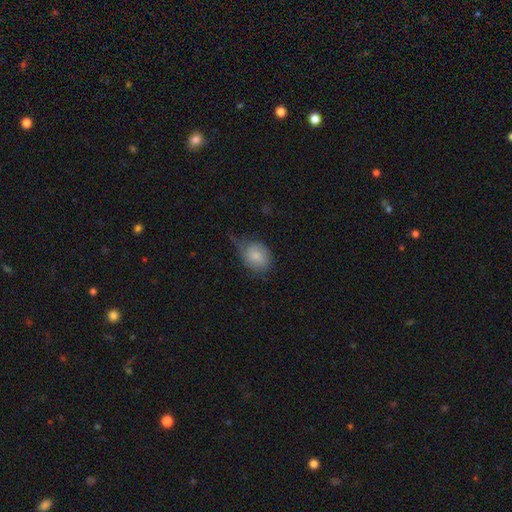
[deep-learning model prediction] Smooth or featured? Predicted: smooth (p=0.80). How rounded? Predicted: in between (p=0.60). Merging? Predicted: minor disturbance (p=0.41).